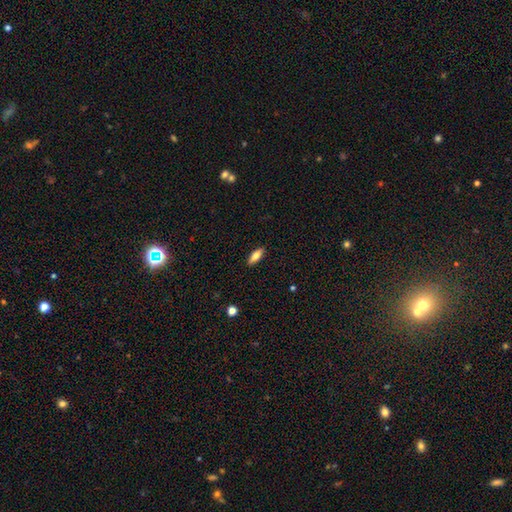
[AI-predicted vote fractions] Smooth or featured? smooth (71%)
How rounded? in between (65%)
Merging? none (89%)